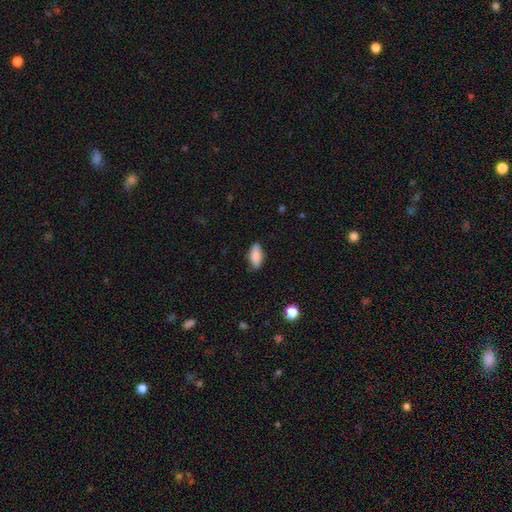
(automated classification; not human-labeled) This is clearly a smooth galaxy (80%). How rounded: likely in between (77%). Merging: likely none (79%).